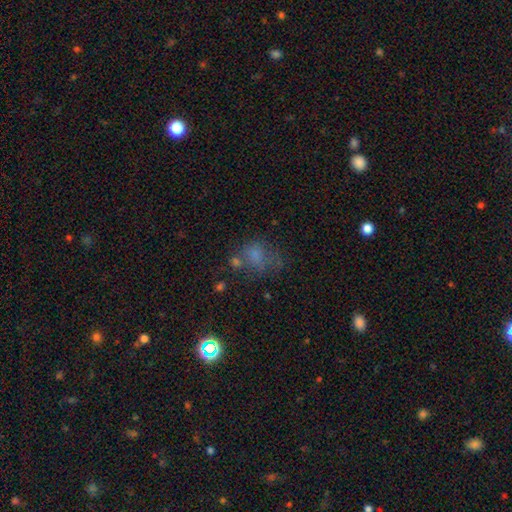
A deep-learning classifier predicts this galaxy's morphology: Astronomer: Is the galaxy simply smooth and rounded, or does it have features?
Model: smooth — 59%.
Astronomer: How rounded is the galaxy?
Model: in between — 52% (runner-up: round, 47%).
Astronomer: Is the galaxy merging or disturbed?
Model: none — 41% (runner-up: major disturbance, 23%).